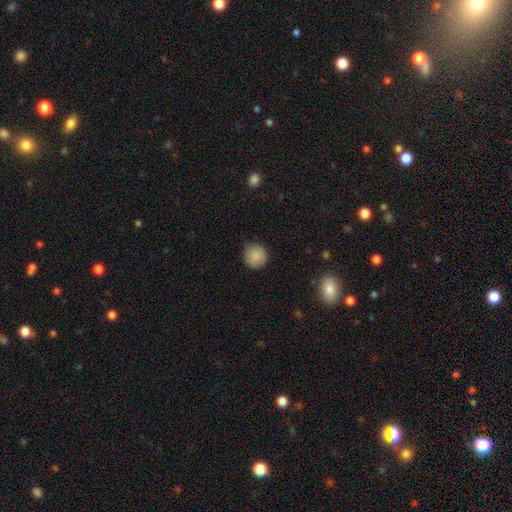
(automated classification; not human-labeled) This is clearly a smooth galaxy (87%). How rounded: clearly round (93%). Merging: clearly none (83%).